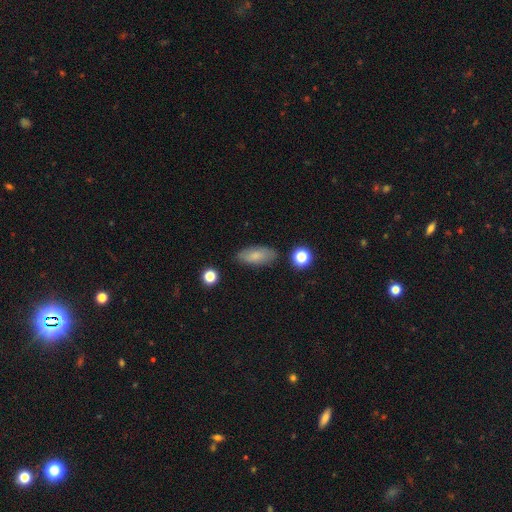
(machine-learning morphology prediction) A smooth galaxy with no disk features (79%) that is in between round and cigar-shaped (85%). Merging: none (82%).